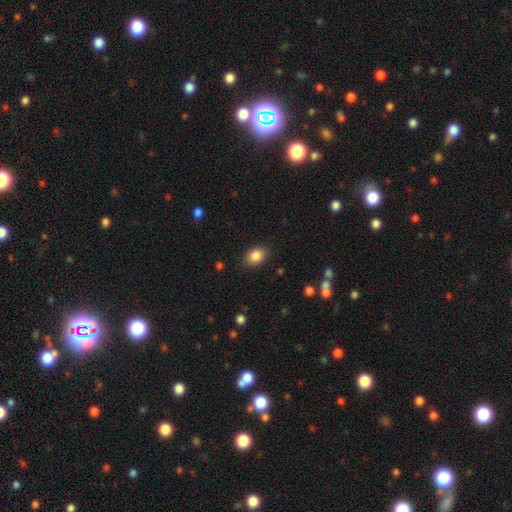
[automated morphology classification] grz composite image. It shows a smooth galaxy with no disk features (86%) that is in between round and cigar-shaped (76%). Merging: none (86%).